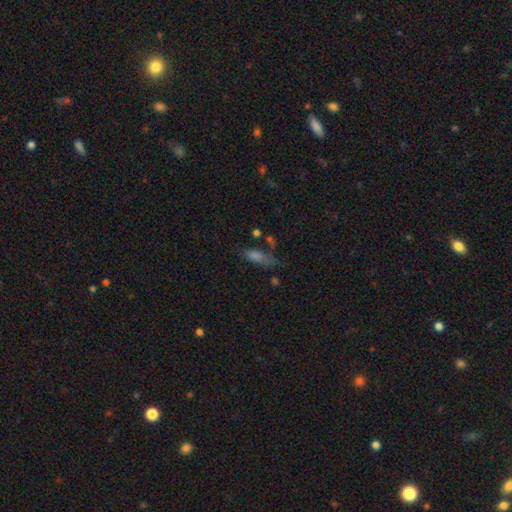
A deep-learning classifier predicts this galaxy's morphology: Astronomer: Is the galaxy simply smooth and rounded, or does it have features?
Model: smooth — 61%.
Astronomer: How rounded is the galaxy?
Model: in between — 49% (runner-up: cigar-shaped, 46%).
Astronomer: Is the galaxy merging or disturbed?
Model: none — 55%.